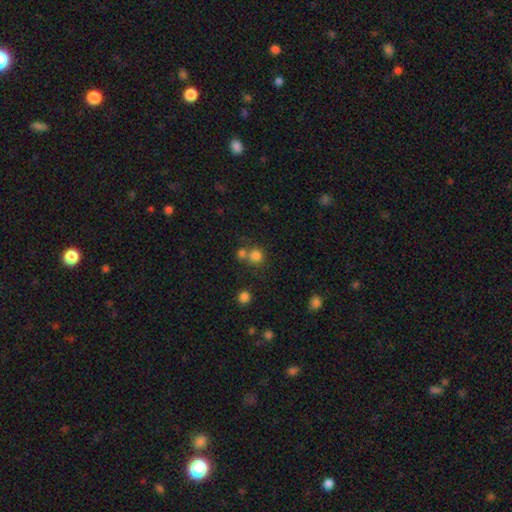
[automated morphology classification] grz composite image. It shows a smooth galaxy with no disk features (79%) that is round (88%). Merging: none (54%).